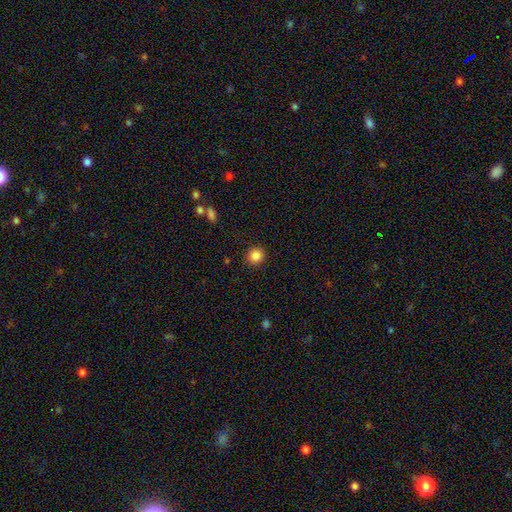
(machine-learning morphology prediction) This is clearly a smooth galaxy (85%). How rounded: clearly round (91%). Merging: clearly none (91%).